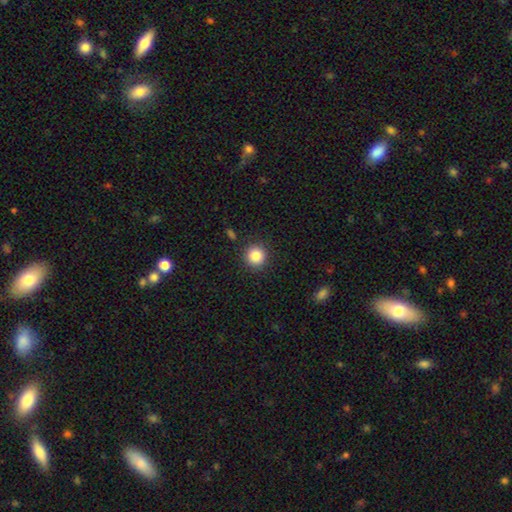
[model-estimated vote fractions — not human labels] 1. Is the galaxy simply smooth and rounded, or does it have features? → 84% smooth, 10% star or artifact, 5% featured or disk.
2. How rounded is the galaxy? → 93% round, 7% in between, 1% cigar-shaped.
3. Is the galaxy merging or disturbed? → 90% none, 7% minor disturbance, 2% major disturbance, 2% merger.